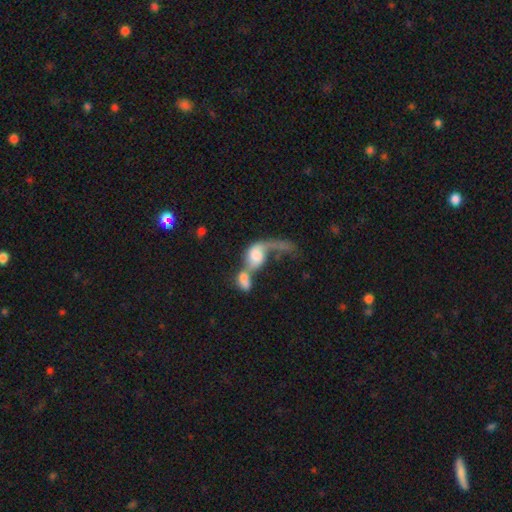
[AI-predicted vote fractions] This is possibly a featured or disk galaxy (51%). It is clearly not viewed edge-on (94%). Merging: likely merger (67%).